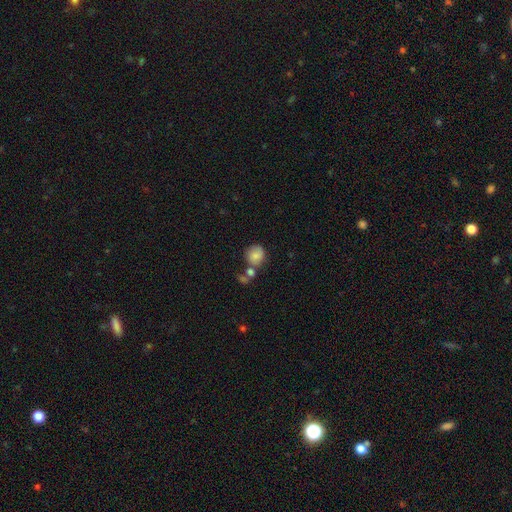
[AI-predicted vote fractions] Q: Smooth or featured?
A: smooth (76%); runner-up: featured or disk (15%)
Q: How rounded?
A: round (80%); runner-up: in between (19%)
Q: Merging?
A: none (49%); runner-up: merger (27%)